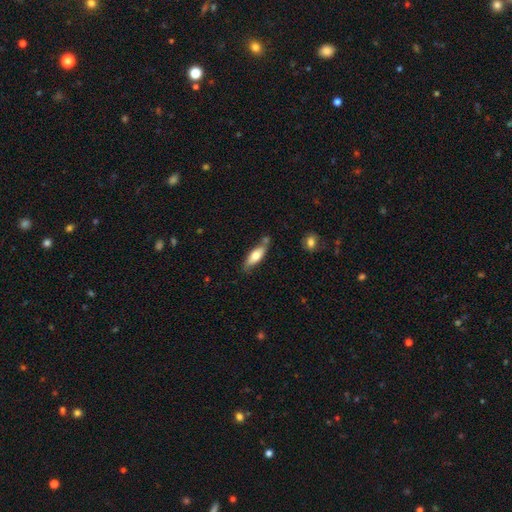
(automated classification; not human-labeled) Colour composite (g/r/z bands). It shows a smooth galaxy with no disk features (68%) that is in between round and cigar-shaped (59%). Merging: none (68%).